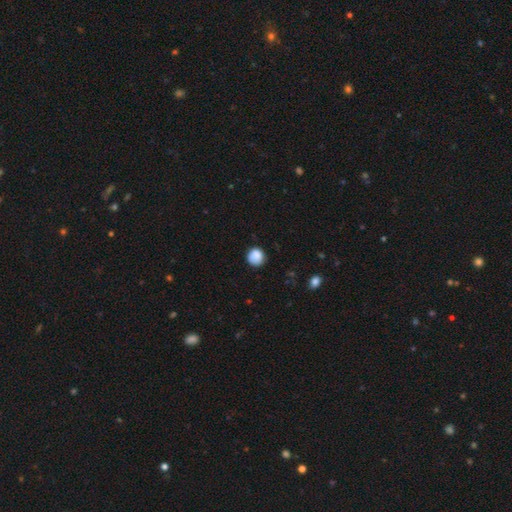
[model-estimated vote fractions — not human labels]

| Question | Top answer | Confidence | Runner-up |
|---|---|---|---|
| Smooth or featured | smooth | 87% | star or artifact (9%) |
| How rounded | round | 90% | in between (9%) |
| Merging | none | 80% | minor disturbance (15%) |